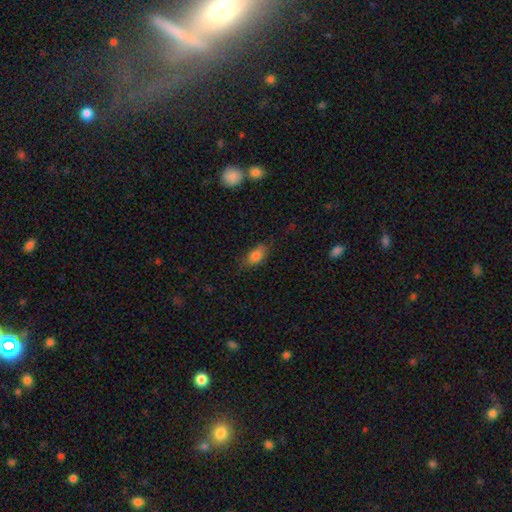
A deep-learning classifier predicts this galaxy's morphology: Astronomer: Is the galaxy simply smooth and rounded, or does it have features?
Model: smooth — 83%.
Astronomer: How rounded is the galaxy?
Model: in between — 88%.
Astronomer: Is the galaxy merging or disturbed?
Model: none — 72%.